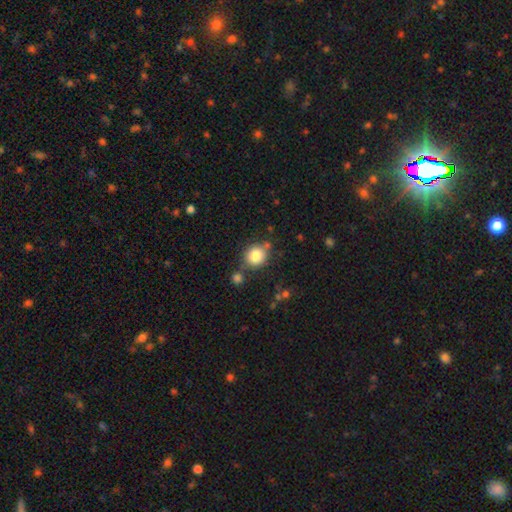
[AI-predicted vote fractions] smooth-or-featured: smooth: 82% | star or artifact: 10% | featured or disk: 8%
  how-rounded: round: 81% | in between: 18% | cigar-shaped: 1%
  merging: none: 72% | minor disturbance: 12% | merger: 12% | major disturbance: 4%